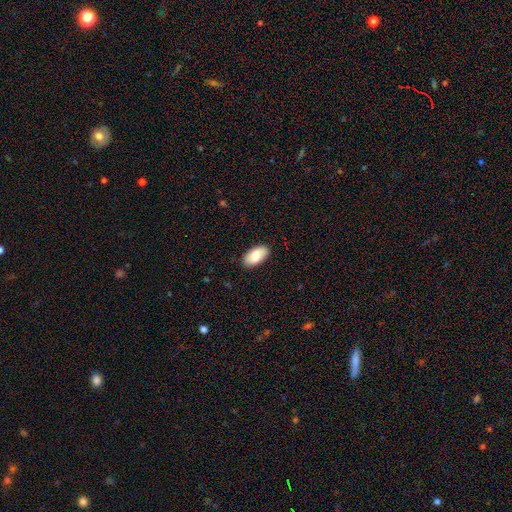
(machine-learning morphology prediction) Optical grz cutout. It shows a smooth galaxy with no disk features (79%) that is in between round and cigar-shaped (95%). Merging: none (88%).